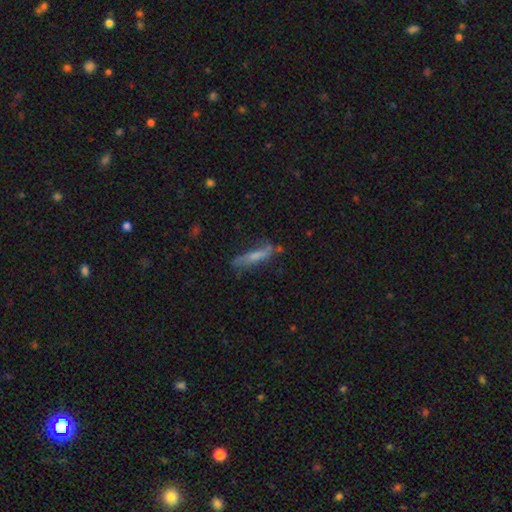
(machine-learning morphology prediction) Smooth or featured? smooth (46%)
Merging? none (63%)